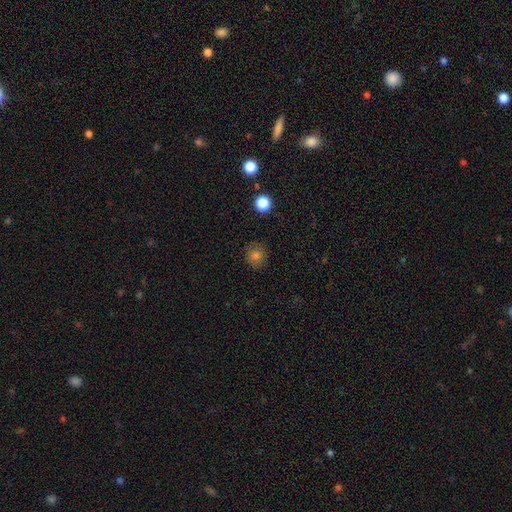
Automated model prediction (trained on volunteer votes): Q: Smooth or featured?
A: smooth (78%); runner-up: star or artifact (14%)
Q: How rounded?
A: round (88%); runner-up: in between (11%)
Q: Merging?
A: none (85%); runner-up: minor disturbance (11%)